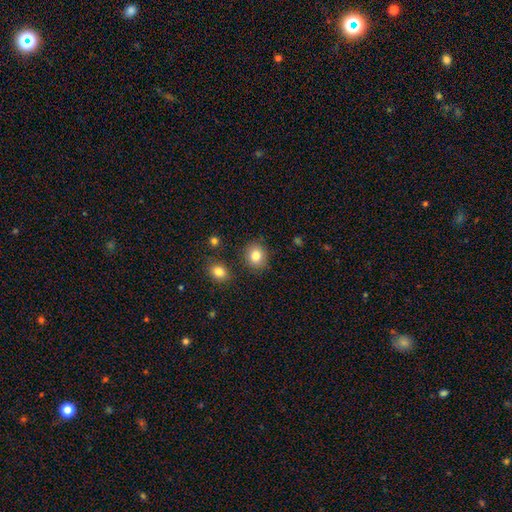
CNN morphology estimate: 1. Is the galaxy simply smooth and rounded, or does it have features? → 83% smooth, 10% star or artifact, 7% featured or disk.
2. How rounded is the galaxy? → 76% round, 23% in between, 1% cigar-shaped.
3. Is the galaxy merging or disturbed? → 84% none, 9% minor disturbance, 3% merger, 3% major disturbance.